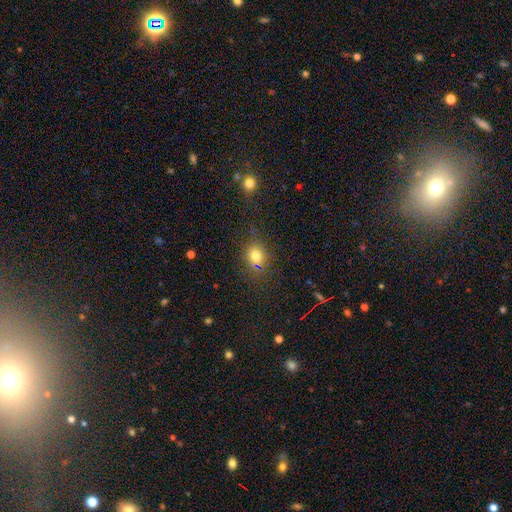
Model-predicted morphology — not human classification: type=smooth (74%); roundness=round (61%); merging=none (79%).